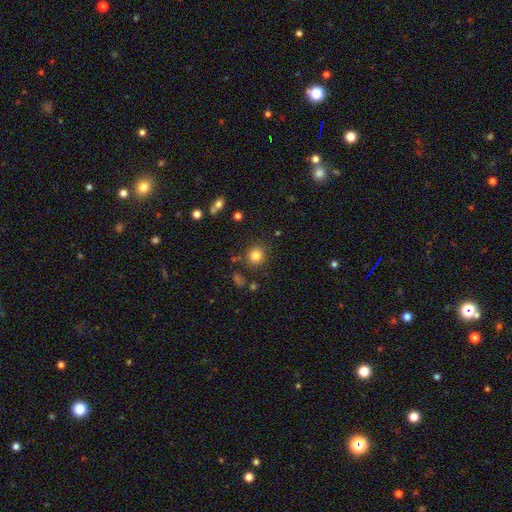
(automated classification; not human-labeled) smooth 82%, star or artifact 12%, featured or disk 6%. Down the decision tree: how rounded — round (88%); merging — none (84%).